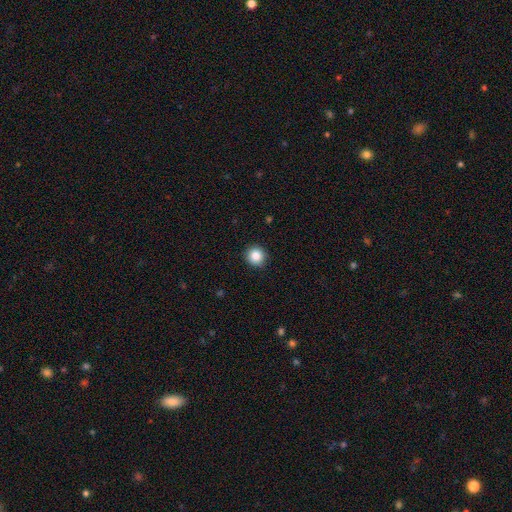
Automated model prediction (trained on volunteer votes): Morphology: type=smooth (86%); roundness=round (92%); merging=none (91%).